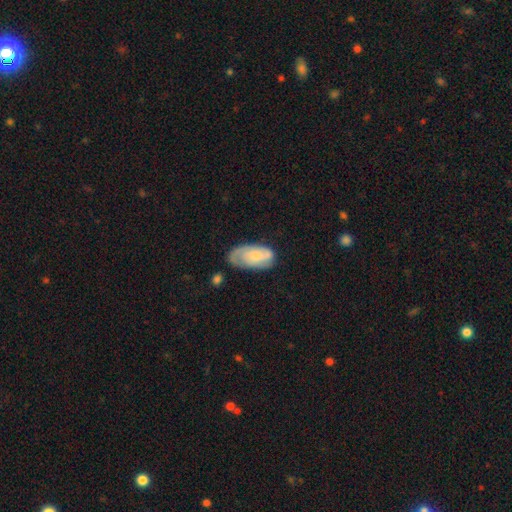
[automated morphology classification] A featured or disk galaxy (53%) with no bar (71%), spiral arms (82%) and a moderate central bulge (43%). Merging: none (55%).